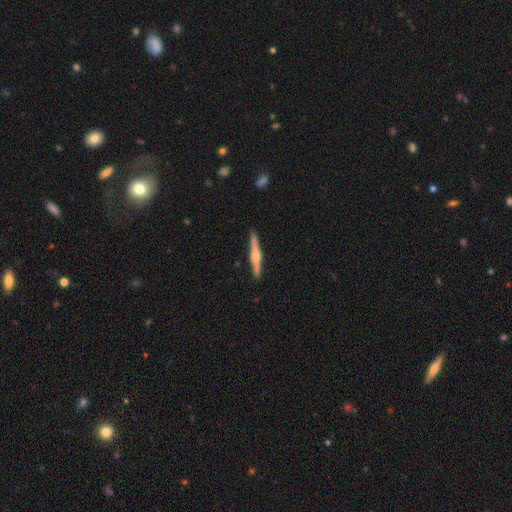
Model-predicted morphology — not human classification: Overall: featured or disk (67%; smooth 28%). Edge-on disk: yes (98%). Edge-on bulge: rounded (86%). Merging: none (91%).